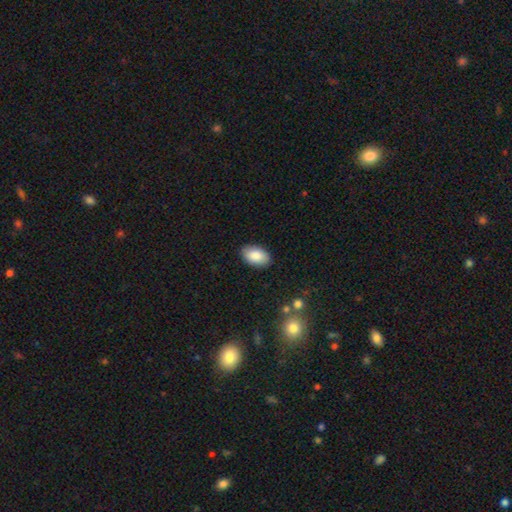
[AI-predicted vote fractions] smooth 87%, featured or disk 7%, star or artifact 7%. Down the decision tree: how rounded — in between (93%); merging — none (88%).